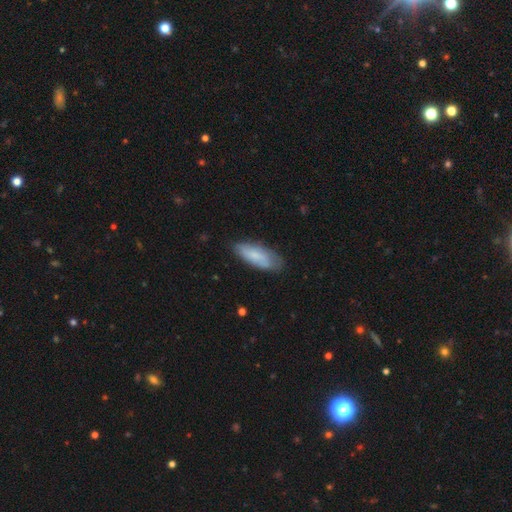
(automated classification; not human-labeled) smooth-or-featured: smooth: 71% | featured or disk: 23% | star or artifact: 6%
  how-rounded: in between: 72% | cigar-shaped: 26% | round: 2%
  merging: none: 69% | minor disturbance: 24% | major disturbance: 5% | merger: 2%